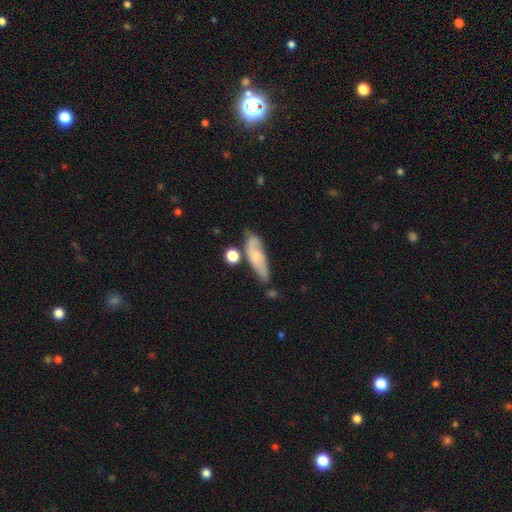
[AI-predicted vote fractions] Q: Smooth or featured?
A: smooth (49%); runner-up: featured or disk (43%)
Q: Merging?
A: none (59%); runner-up: minor disturbance (23%)